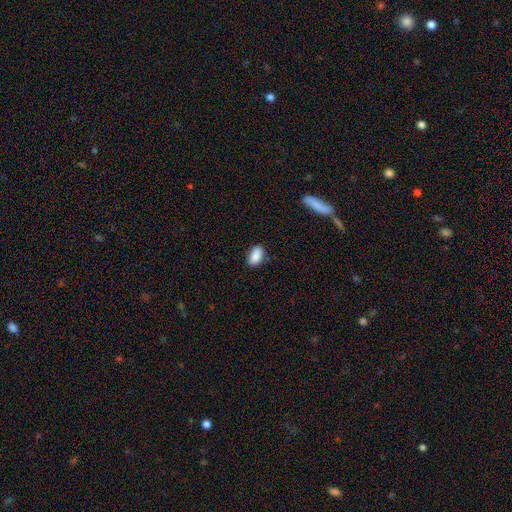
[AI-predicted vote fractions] Smooth or featured? smooth (87%)
How rounded? in between (91%)
Merging? none (83%)